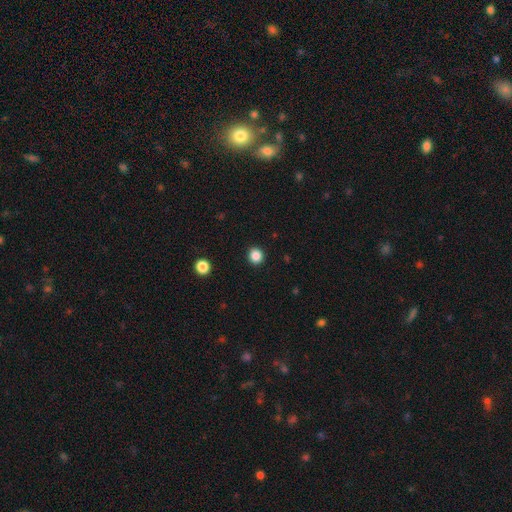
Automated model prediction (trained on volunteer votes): Smooth or featured: smooth — 86% (star or artifact — 11%)
How rounded: round — 88% (in between — 11%)
Merging: none — 92% (minor disturbance — 5%)